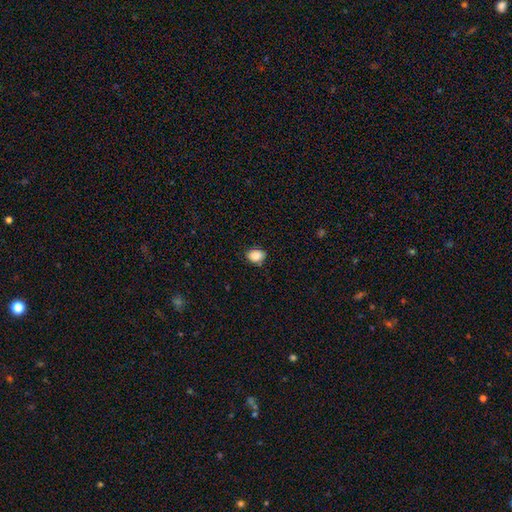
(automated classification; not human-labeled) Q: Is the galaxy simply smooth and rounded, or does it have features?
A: smooth — 87%.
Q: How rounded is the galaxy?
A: in between — 68%.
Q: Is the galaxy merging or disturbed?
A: none — 81%.